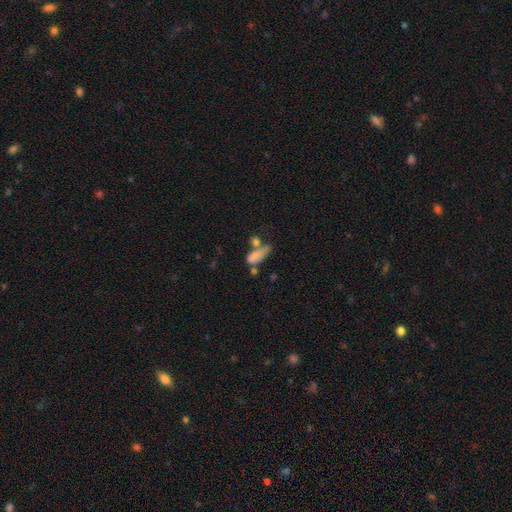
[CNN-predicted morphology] This appears to be a smooth galaxy with no disk features (72%) that is in between round and cigar-shaped (62%). Merging: merger (35%).